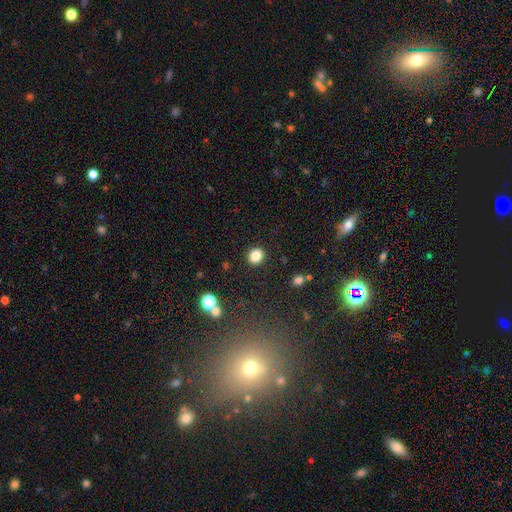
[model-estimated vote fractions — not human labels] This is clearly a smooth galaxy (84%). How rounded: likely round (79%). Merging: clearly none (91%).